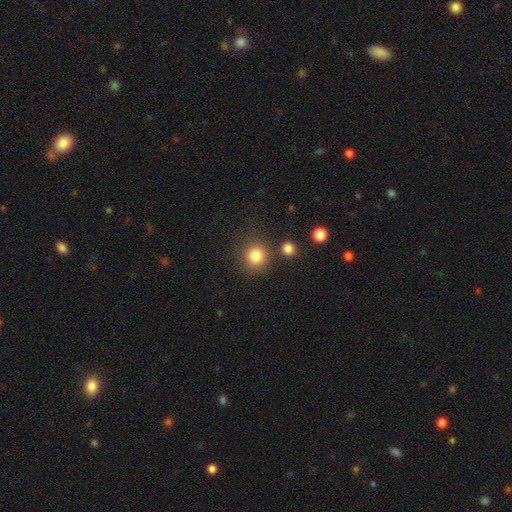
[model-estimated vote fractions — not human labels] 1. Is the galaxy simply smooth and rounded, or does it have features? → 84% smooth, 11% star or artifact, 6% featured or disk.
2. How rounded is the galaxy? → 88% round, 11% in between, 1% cigar-shaped.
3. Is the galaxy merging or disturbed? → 76% none, 11% minor disturbance, 8% merger, 5% major disturbance.